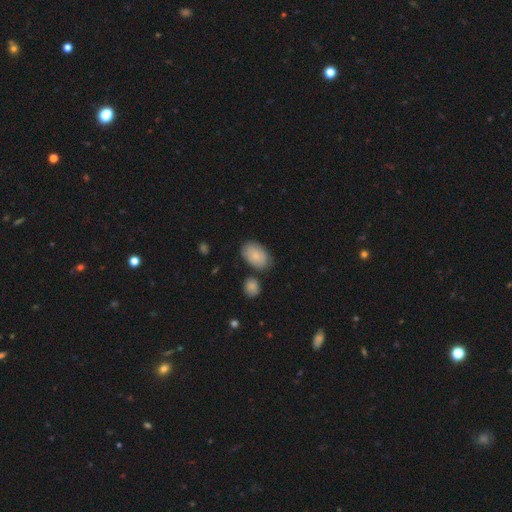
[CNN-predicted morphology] Smooth or featured?
  - smooth: 80% *
  - featured or disk: 13%
  - star or artifact: 6%
How rounded?
  - in between: 90% *
  - round: 8%
  - cigar-shaped: 1%
Merging?
  - none: 72% *
  - minor disturbance: 16%
  - merger: 9%
  - major disturbance: 4%